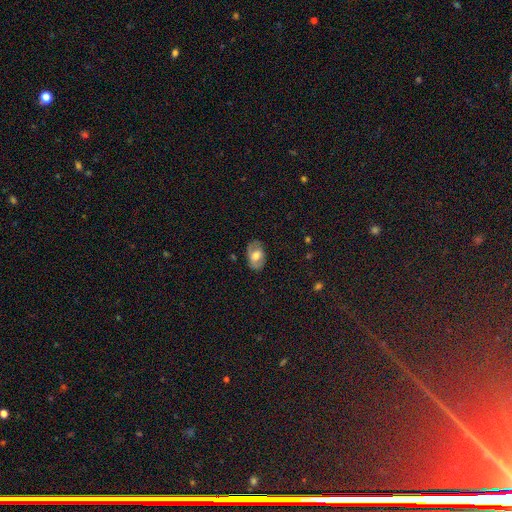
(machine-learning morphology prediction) Smooth or featured?
  - smooth: 55% *
  - featured or disk: 38%
  - star or artifact: 7%
How rounded?
  - in between: 88% *
  - round: 11%
  - cigar-shaped: 1%
Merging?
  - none: 78% *
  - minor disturbance: 16%
  - major disturbance: 4%
  - merger: 1%